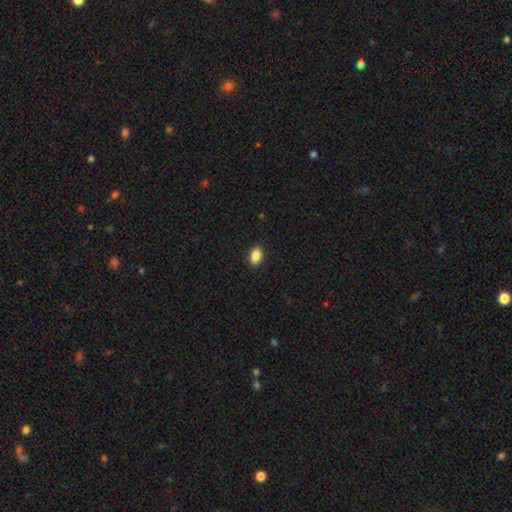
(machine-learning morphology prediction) Smooth or featured? Predicted: smooth (p=0.87). How rounded? Predicted: in between (p=0.87). Merging? Predicted: none (p=0.90).